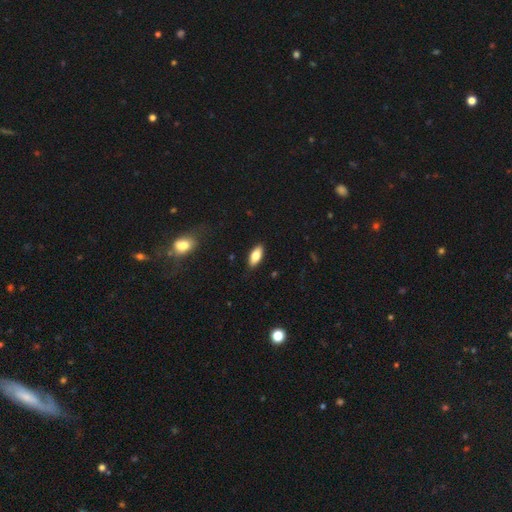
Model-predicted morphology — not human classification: Overall: smooth (75%). How rounded: in between (84%). Merging: none (88%).